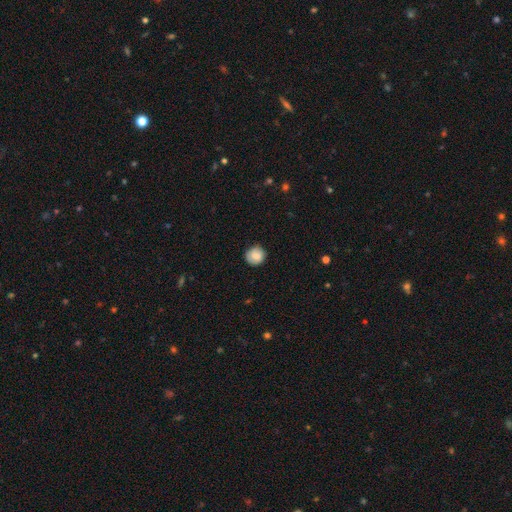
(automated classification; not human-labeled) smooth 82%, featured or disk 11%, star or artifact 8%. Down the decision tree: how rounded — round (90%); merging — none (83%).